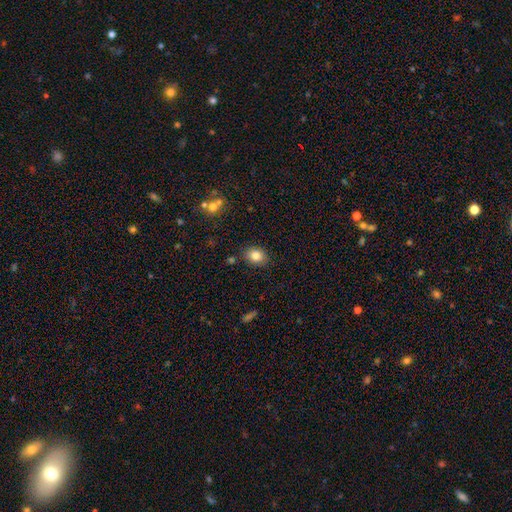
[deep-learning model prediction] Q: Smooth or featured?
A: smooth (82%); runner-up: star or artifact (10%)
Q: How rounded?
A: in between (55%); runner-up: round (44%)
Q: Merging?
A: none (85%); runner-up: minor disturbance (10%)